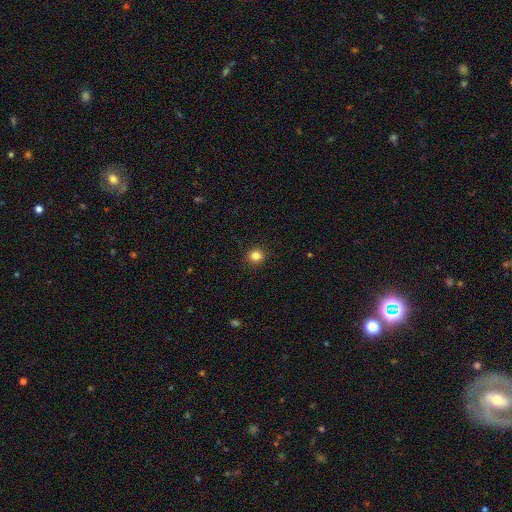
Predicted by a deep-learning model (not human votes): A smooth galaxy with no disk features (84%) that is round (90%). Merging: none (92%).